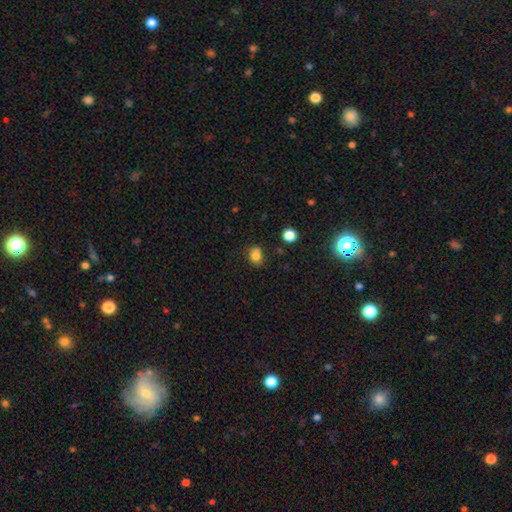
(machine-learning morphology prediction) Overall: smooth (77%). How rounded: round (51%; in between 48%). Merging: none (55%; minor disturbance 23%).